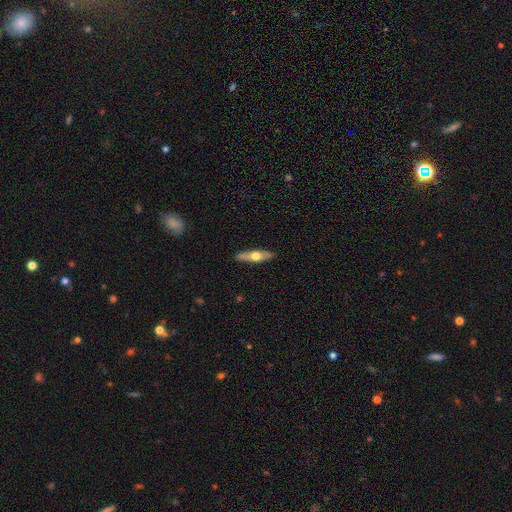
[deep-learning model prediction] Q: Smooth or featured?
A: featured or disk (51%); runner-up: smooth (44%)
Q: Edge-on disk?
A: yes (84%); runner-up: no (16%)
Q: Merging?
A: none (90%); runner-up: minor disturbance (8%)